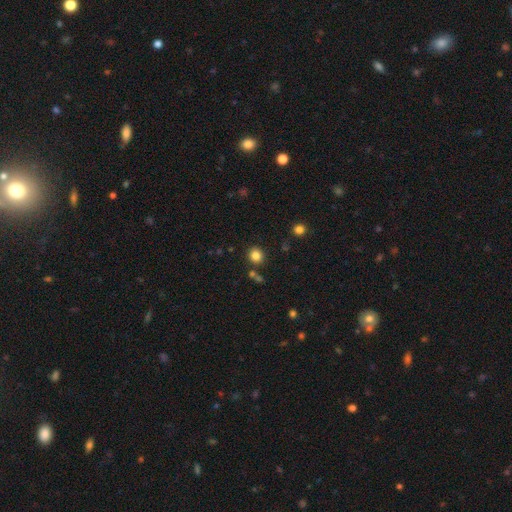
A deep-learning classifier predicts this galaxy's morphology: A smooth galaxy with no disk features (83%) that is round (87%). Merging: none (84%).